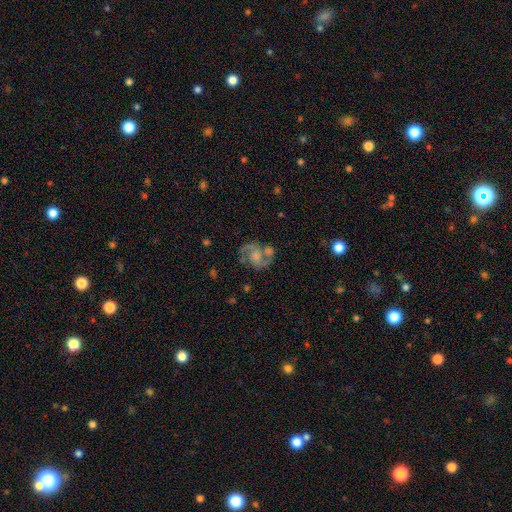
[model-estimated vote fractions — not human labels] Morphology: type=featured or disk (82%); edge-on=no (98%); bar=no (63%); spiral arms=yes (94%); winding=medium (57%); arm count=2 (90%); bulge=moderate (34%); merging=none (58%).